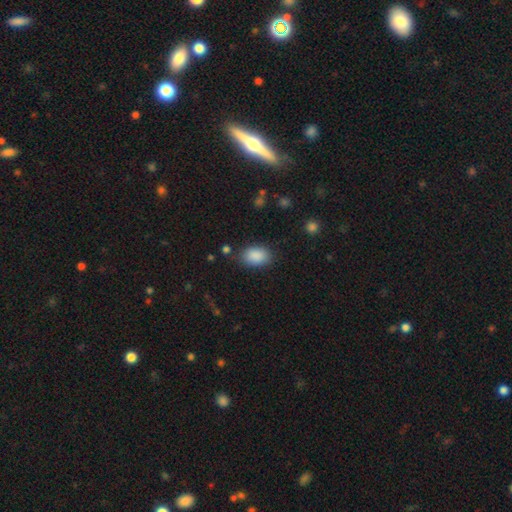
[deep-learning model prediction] smooth 89%, star or artifact 7%, featured or disk 4%. Down the decision tree: how rounded — in between (86%); merging — none (82%).